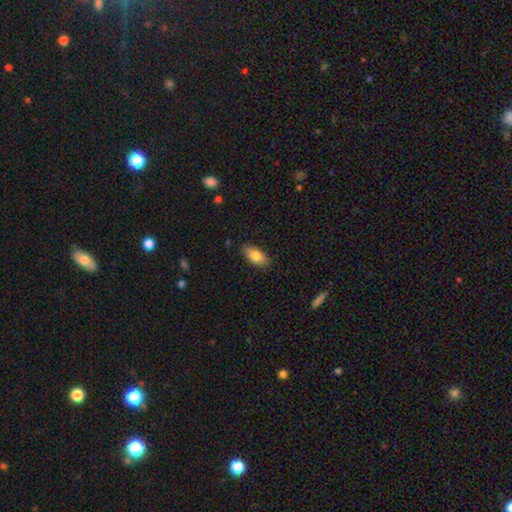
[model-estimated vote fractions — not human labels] Q: Smooth or featured?
A: smooth (83%); runner-up: featured or disk (10%)
Q: How rounded?
A: in between (89%); runner-up: cigar-shaped (7%)
Q: Merging?
A: none (86%); runner-up: minor disturbance (10%)